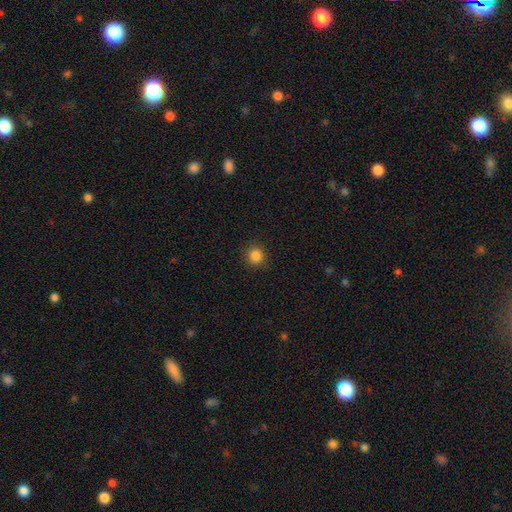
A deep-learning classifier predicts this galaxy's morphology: A smooth galaxy with no disk features (85%) that is round (90%).

Vote fractions:
- Smooth or featured? smooth: 85% / star or artifact: 11% / featured or disk: 3%
- How rounded? round: 90% / in between: 9% / cigar-shaped: 1%
- Merging? none: 90% / minor disturbance: 7% / major disturbance: 2% / merger: 1%